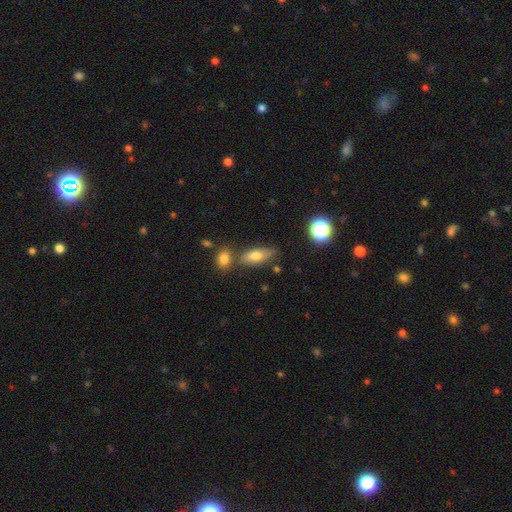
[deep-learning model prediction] Smooth or featured: smooth — 70% (featured or disk — 19%)
How rounded: in between — 72% (cigar-shaped — 24%)
Merging: none — 64% (minor disturbance — 17%)